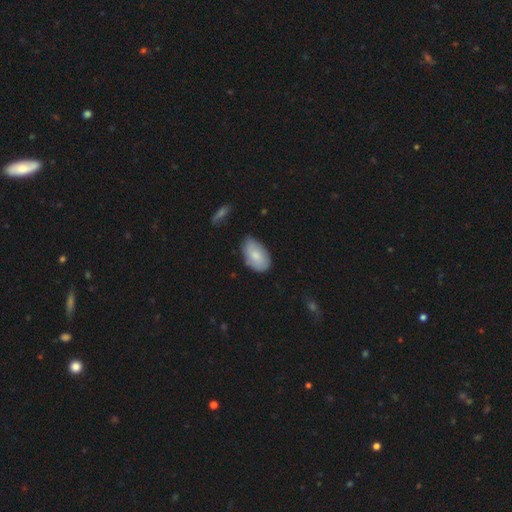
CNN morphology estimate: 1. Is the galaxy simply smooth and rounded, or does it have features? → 76% smooth, 19% featured or disk, 6% star or artifact.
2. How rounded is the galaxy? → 93% in between, 6% round, 1% cigar-shaped.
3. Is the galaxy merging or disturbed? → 69% none, 25% minor disturbance, 4% major disturbance, 2% merger.